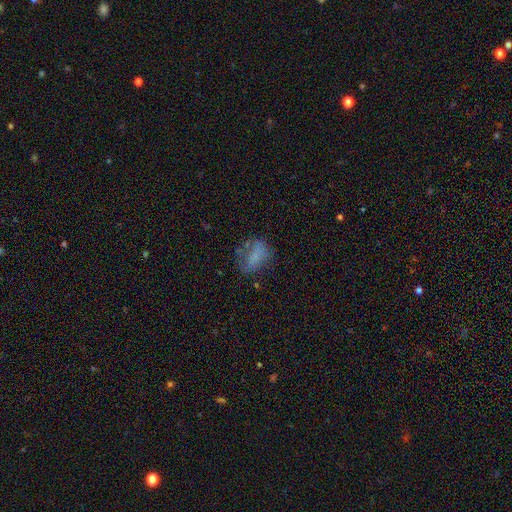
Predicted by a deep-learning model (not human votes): Q: Smooth or featured?
A: smooth (64%); runner-up: featured or disk (23%)
Q: How rounded?
A: in between (79%); runner-up: round (14%)
Q: Merging?
A: none (47%); runner-up: minor disturbance (26%)